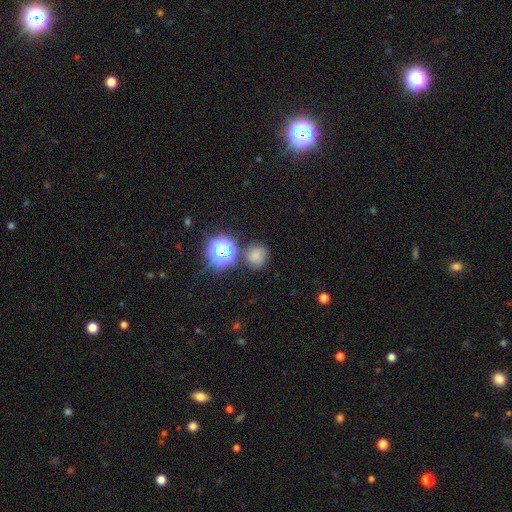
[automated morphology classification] The model was most divided on "smooth or featured": smooth: 71%, star or artifact: 21%, featured or disk: 8%. More confident: how rounded — round (89%); merging — none (74%).